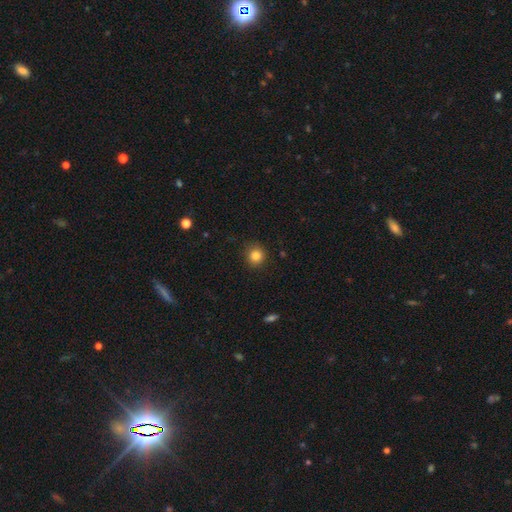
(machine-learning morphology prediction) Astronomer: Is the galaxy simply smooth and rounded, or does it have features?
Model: smooth — 84%.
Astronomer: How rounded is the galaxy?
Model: round — 92%.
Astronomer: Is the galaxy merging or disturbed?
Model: none — 87%.